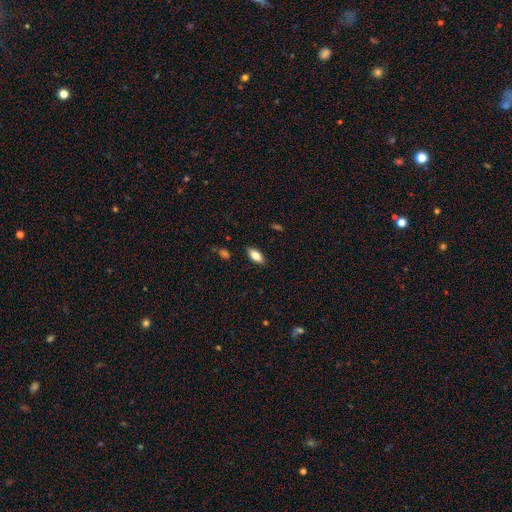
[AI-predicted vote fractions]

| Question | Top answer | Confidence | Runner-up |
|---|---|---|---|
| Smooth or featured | smooth | 76% | featured or disk (17%) |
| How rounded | in between | 87% | cigar-shaped (10%) |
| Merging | none | 87% | minor disturbance (10%) |